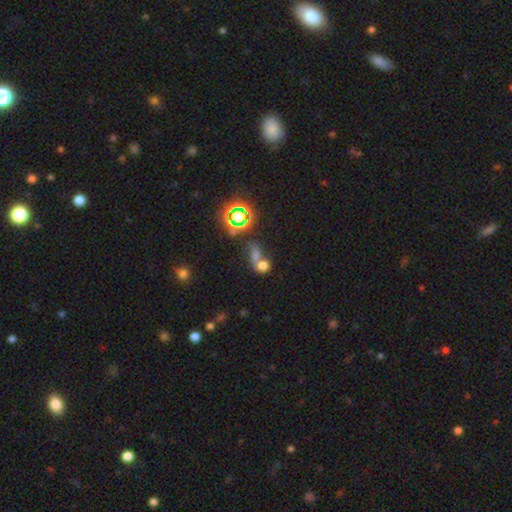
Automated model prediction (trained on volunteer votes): This is possibly a smooth galaxy (53%). How rounded: likely round (60%). Merging: possibly merger (51%).